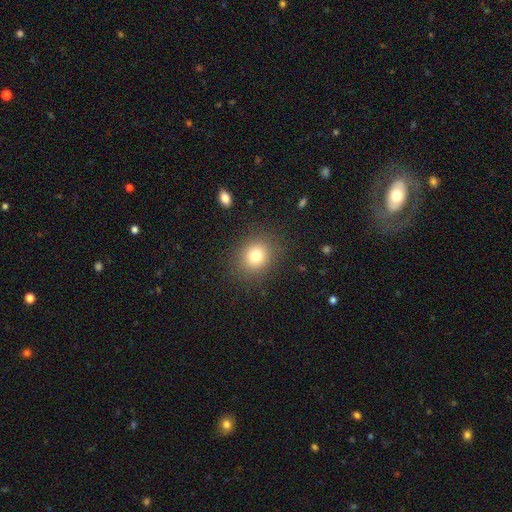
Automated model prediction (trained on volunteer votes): The model was most divided on "how rounded": round: 68%, in between: 31%, cigar-shaped: 1%. More confident: merging — none (86%); smooth or featured — smooth (79%).